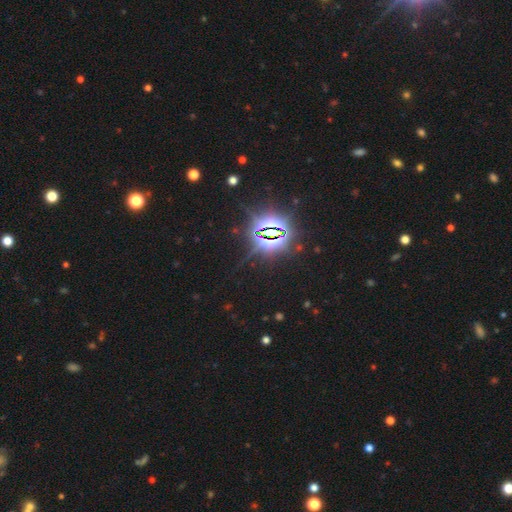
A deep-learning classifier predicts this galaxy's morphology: Smooth or featured: star or artifact — 85% (smooth — 9%)